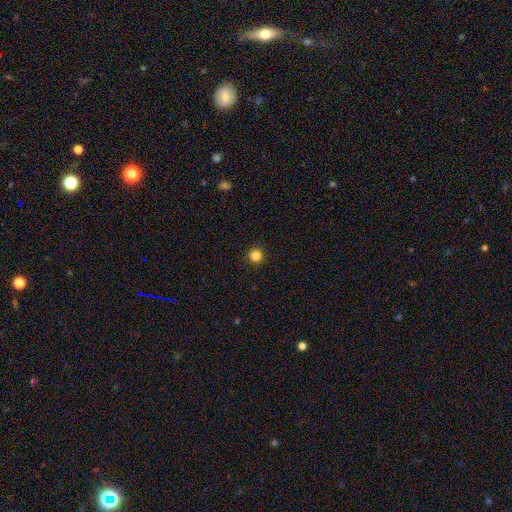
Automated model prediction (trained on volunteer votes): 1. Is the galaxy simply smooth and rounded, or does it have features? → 85% smooth, 12% star or artifact, 3% featured or disk.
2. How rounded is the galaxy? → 96% round, 3% in between, 1% cigar-shaped.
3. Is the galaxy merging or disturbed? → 93% none, 5% minor disturbance, 2% major disturbance, 1% merger.